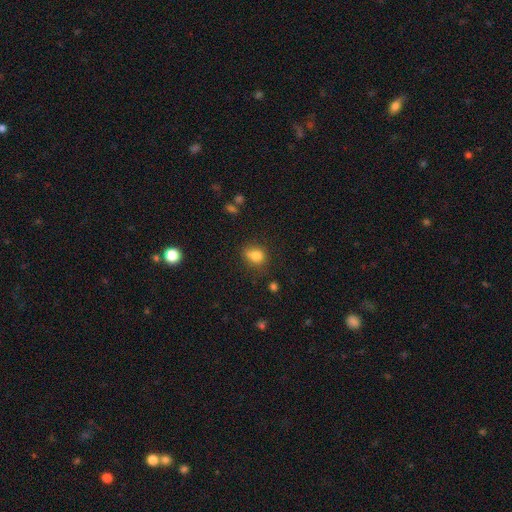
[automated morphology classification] A smooth galaxy with no disk features (80%) that is round (60%).

Vote fractions:
- Smooth or featured? smooth: 80% / star or artifact: 12% / featured or disk: 9%
- How rounded? round: 60% / in between: 39% / cigar-shaped: 1%
- Merging? none: 57% / minor disturbance: 25% / merger: 11% / major disturbance: 8%